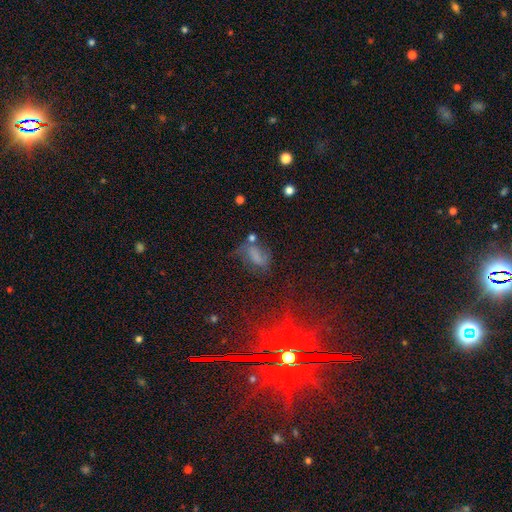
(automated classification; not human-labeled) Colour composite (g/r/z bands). It shows a smooth galaxy with no disk features (52%) that is in between round and cigar-shaped (80%). Merging: none (35%).